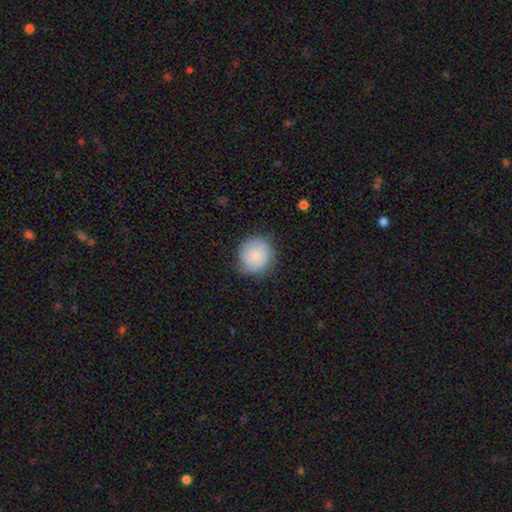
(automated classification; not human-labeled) smooth_or_featured: smooth (p=0.72) [alt: featured or disk p=0.20]
how_rounded: round (p=0.87) [alt: in between p=0.12]
merging: none (p=0.78) [alt: minor disturbance p=0.16]